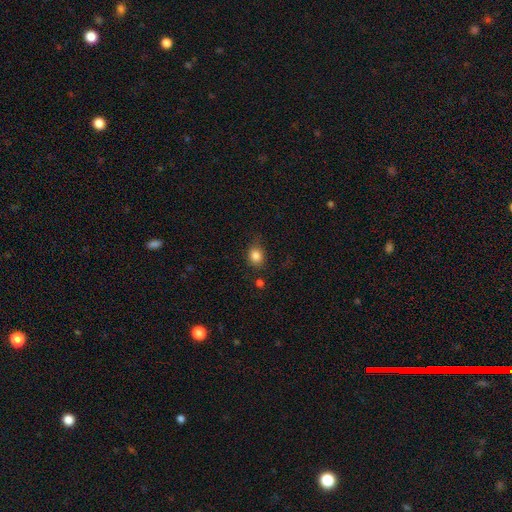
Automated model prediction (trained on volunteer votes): Morphology: type=smooth (84%); roundness=round (58%); merging=none (71%).